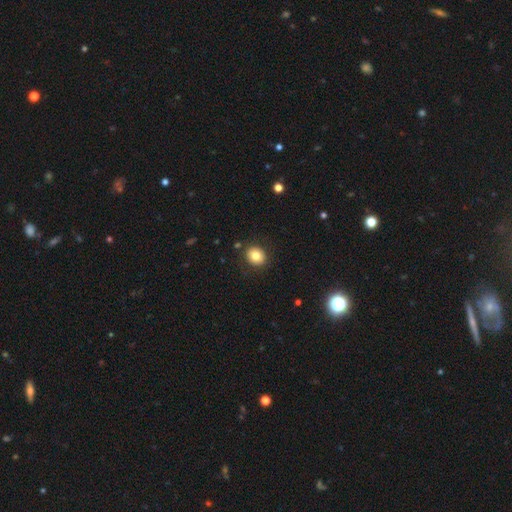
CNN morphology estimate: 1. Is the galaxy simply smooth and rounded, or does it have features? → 81% smooth, 10% star or artifact, 9% featured or disk.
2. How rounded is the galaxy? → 64% round, 35% in between, 1% cigar-shaped.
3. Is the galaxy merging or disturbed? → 87% none, 9% minor disturbance, 3% major disturbance, 2% merger.